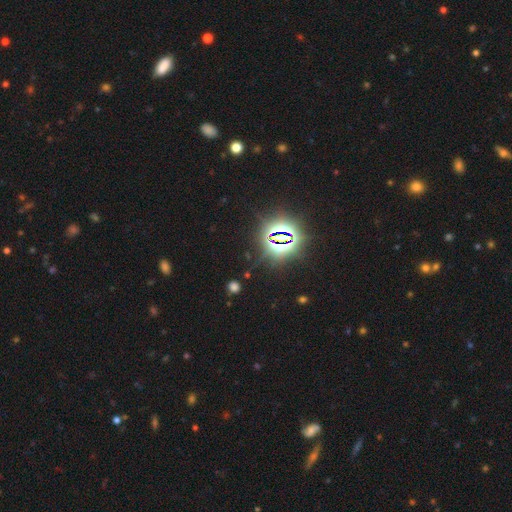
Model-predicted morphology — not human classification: Smooth or featured? Predicted: star or artifact (p=0.82).